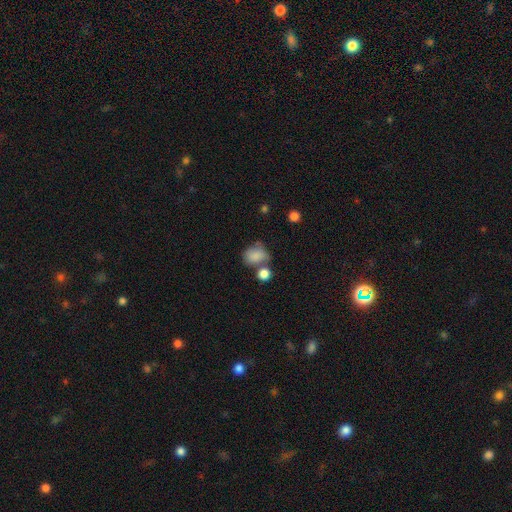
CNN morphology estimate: type=smooth (80%); roundness=in between (52%); merging=none (40%).